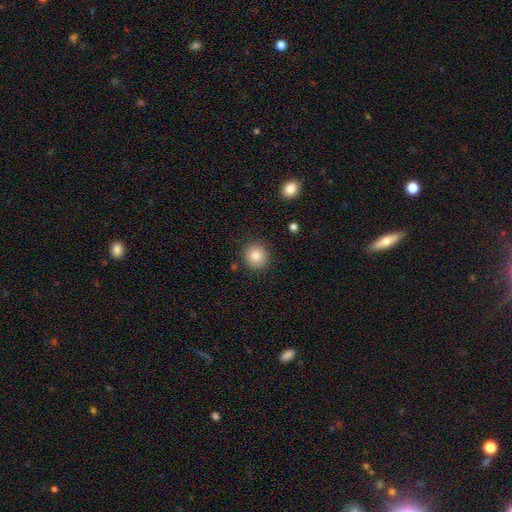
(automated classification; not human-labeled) The model was most divided on "smooth or featured": smooth: 83%, star or artifact: 10%, featured or disk: 8%. More confident: how rounded — round (92%); merging — none (89%).